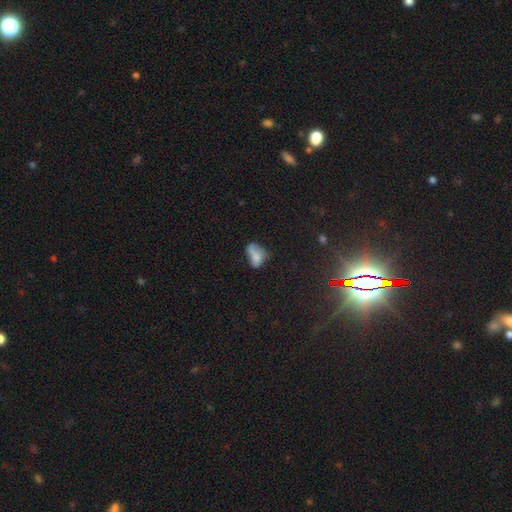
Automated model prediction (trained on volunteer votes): Q: Smooth or featured?
A: smooth (66%); runner-up: featured or disk (21%)
Q: How rounded?
A: in between (85%); runner-up: round (12%)
Q: Merging?
A: minor disturbance (31%); runner-up: major disturbance (28%)